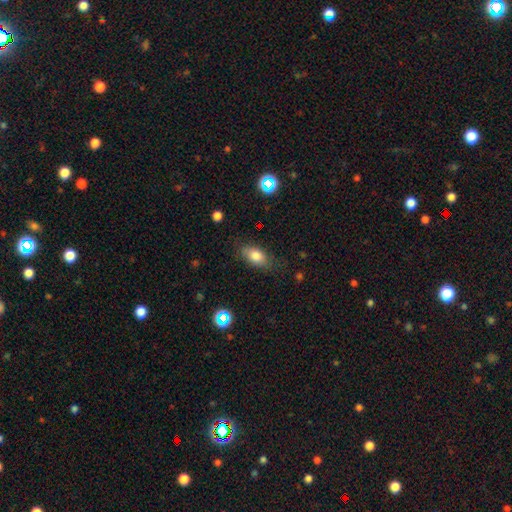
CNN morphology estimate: Q: Smooth or featured?
A: smooth (79%); runner-up: featured or disk (12%)
Q: How rounded?
A: in between (87%); runner-up: round (7%)
Q: Merging?
A: none (74%); runner-up: minor disturbance (19%)